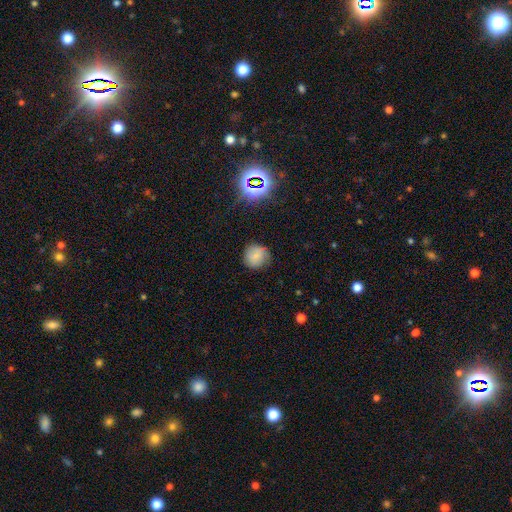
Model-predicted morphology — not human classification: type=smooth (76%); roundness=round (91%); merging=none (79%).